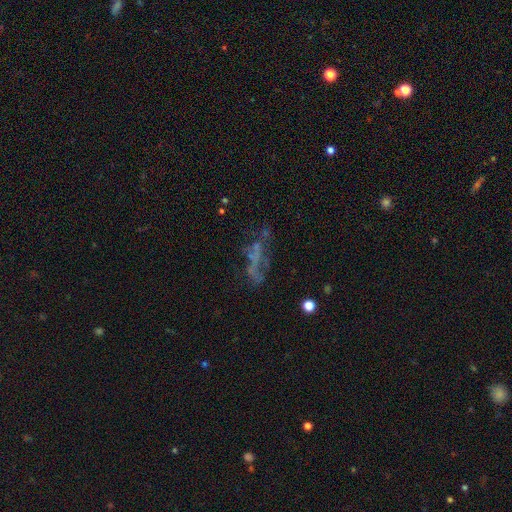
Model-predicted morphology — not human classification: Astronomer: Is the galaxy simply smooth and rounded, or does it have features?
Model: featured or disk — 51%.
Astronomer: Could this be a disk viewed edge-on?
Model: no — 90%.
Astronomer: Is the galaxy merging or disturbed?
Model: none — 40% (runner-up: major disturbance, 32%).